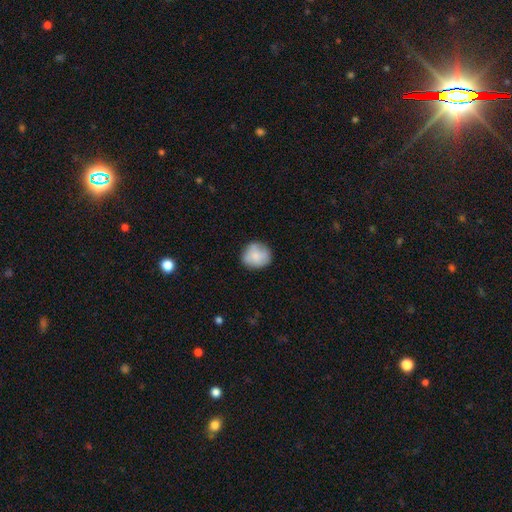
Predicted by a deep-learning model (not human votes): Smooth or featured?
  - smooth: 76% *
  - featured or disk: 17%
  - star or artifact: 7%
How rounded?
  - round: 84% *
  - in between: 15%
  - cigar-shaped: 1%
Merging?
  - none: 78% *
  - minor disturbance: 17%
  - major disturbance: 4%
  - merger: 1%